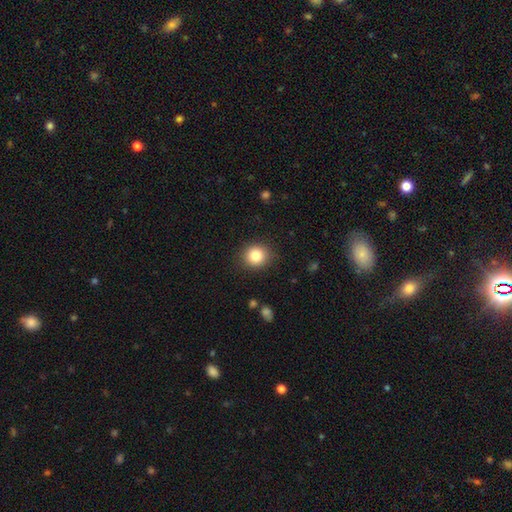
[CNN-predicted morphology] Smooth or featured?
  - smooth: 82% *
  - star or artifact: 11%
  - featured or disk: 7%
How rounded?
  - round: 87% *
  - in between: 12%
  - cigar-shaped: 1%
Merging?
  - none: 89% *
  - minor disturbance: 8%
  - major disturbance: 2%
  - merger: 1%